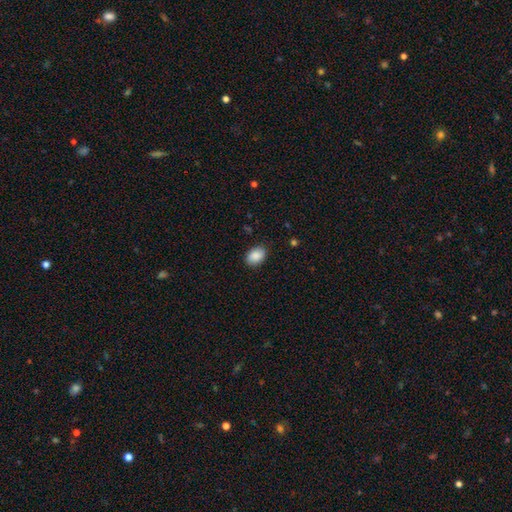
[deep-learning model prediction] Smooth or featured? smooth (89%)
How rounded? in between (83%)
Merging? none (87%)